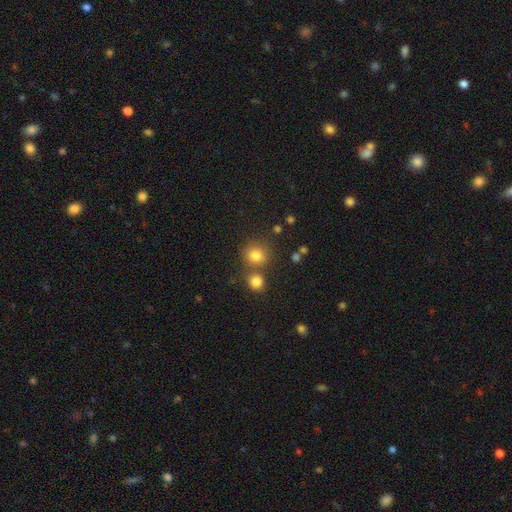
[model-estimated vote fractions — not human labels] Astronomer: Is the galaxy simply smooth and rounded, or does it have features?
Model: smooth — 80%.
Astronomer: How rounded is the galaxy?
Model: round — 85%.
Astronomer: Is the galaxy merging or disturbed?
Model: none — 66%.